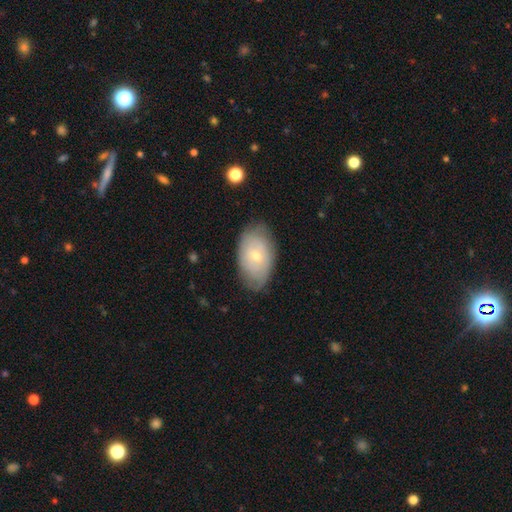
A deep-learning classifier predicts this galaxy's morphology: The model was most divided on "smooth or featured": smooth: 48%, featured or disk: 45%, star or artifact: 7%. More confident: merging — none (77%).